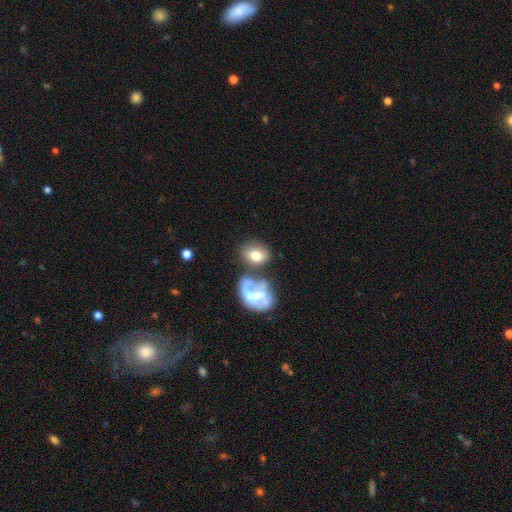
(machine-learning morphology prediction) Smooth or featured? Predicted: smooth (p=0.68). How rounded? Predicted: in between (p=0.59). Merging? Predicted: none (p=0.46).